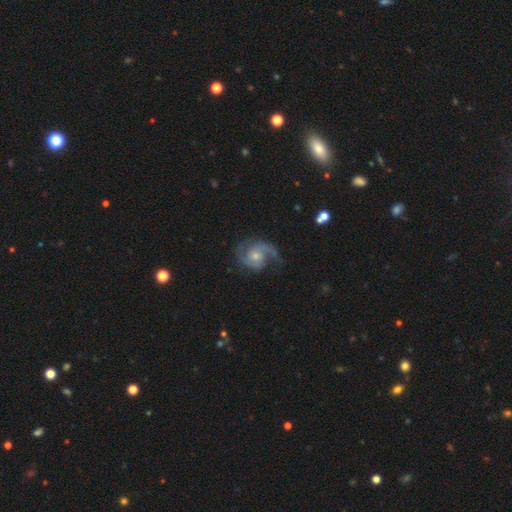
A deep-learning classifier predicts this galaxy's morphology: smooth_or_featured: featured or disk (p=0.84) [alt: smooth p=0.10]
disk_edge_on: no (p=0.98) [alt: yes p=0.02]
bar: no (p=0.71) [alt: weak p=0.25]
has_spiral_arms: yes (p=0.96) [alt: no p=0.04]
spiral_winding: medium (p=0.51) [alt: loose p=0.29]
spiral_arm_count: 2 (p=0.77) [alt: 1 p=0.10]
bulge_size: small (p=0.50) [alt: moderate p=0.41]
merging: none (p=0.65) [alt: minor disturbance p=0.20]